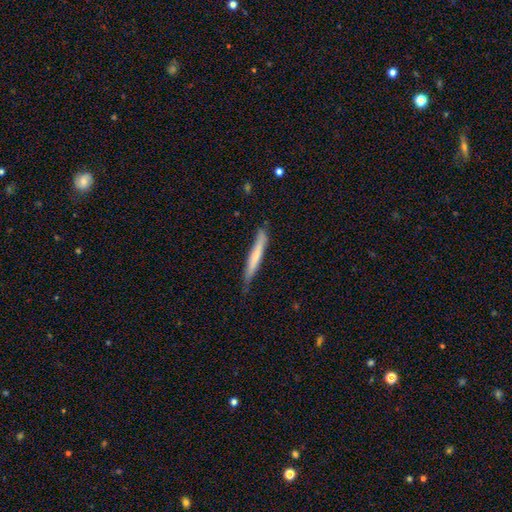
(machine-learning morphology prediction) Smooth or featured: smooth — 56% (featured or disk — 39%)
How rounded: cigar-shaped — 95% (in between — 4%)
Merging: none — 67% (minor disturbance — 27%)